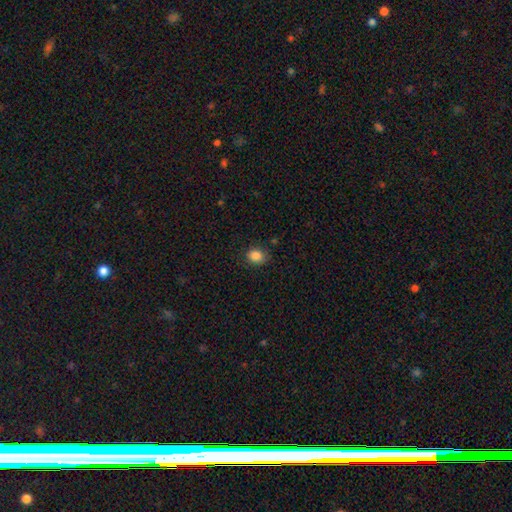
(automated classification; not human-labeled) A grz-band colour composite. It shows a smooth galaxy with no disk features (86%) that is round (54%). Merging: none (82%).